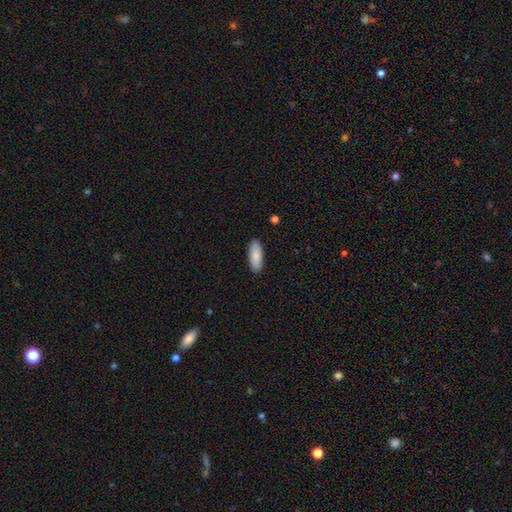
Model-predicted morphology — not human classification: smooth_or_featured: smooth (p=0.87) [alt: featured or disk p=0.07]
how_rounded: in between (p=0.72) [alt: cigar-shaped p=0.26]
merging: none (p=0.90) [alt: minor disturbance p=0.08]